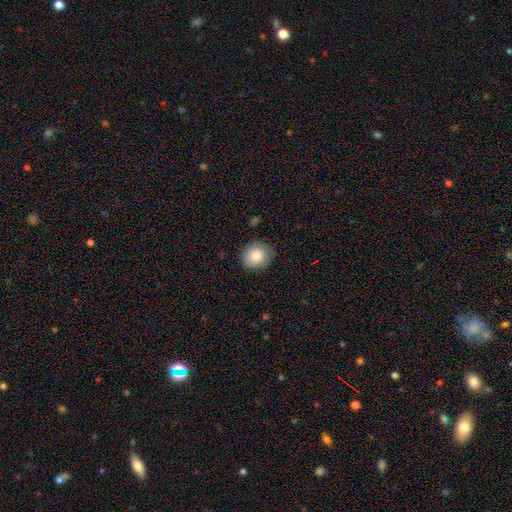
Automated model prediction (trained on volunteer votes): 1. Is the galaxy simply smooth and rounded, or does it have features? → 82% smooth, 9% featured or disk, 8% star or artifact.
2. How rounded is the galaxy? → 81% round, 18% in between, 1% cigar-shaped.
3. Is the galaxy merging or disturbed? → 87% none, 10% minor disturbance, 2% major disturbance, 1% merger.